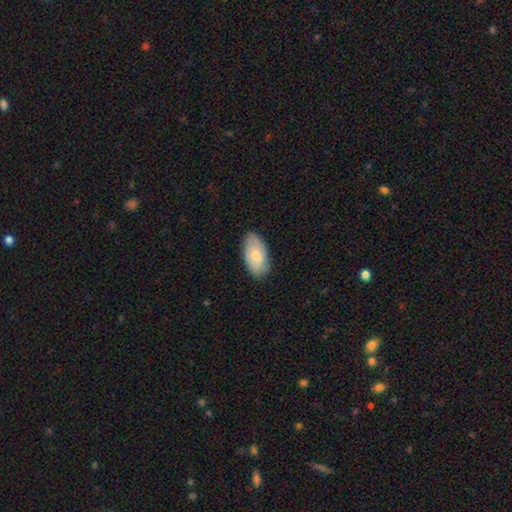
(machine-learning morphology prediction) The model was most divided on "smooth or featured": smooth: 70%, featured or disk: 24%, star or artifact: 6%. More confident: how rounded — in between (95%); merging — none (80%).